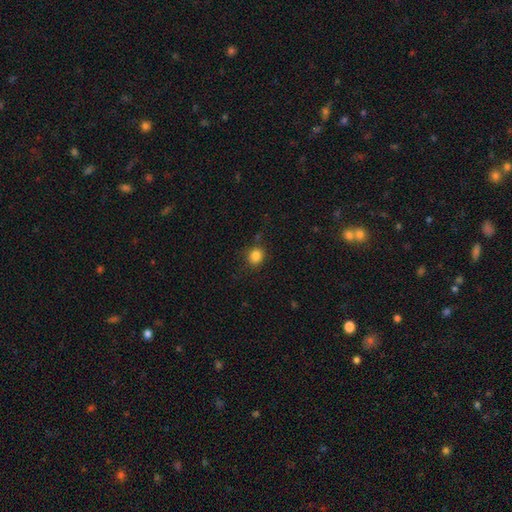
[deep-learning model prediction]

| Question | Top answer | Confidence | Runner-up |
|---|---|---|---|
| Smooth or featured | smooth | 84% | star or artifact (11%) |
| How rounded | round | 80% | in between (19%) |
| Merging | none | 81% | minor disturbance (13%) |